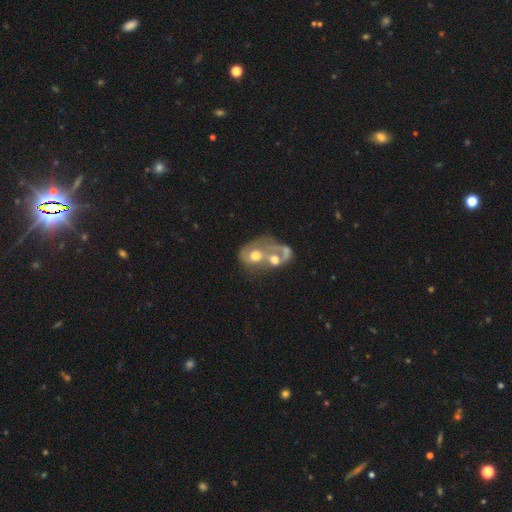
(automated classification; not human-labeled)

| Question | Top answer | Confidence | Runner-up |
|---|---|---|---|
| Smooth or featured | featured or disk | 56% | smooth (35%) |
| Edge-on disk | no | 97% | yes (3%) |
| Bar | no | 81% | weak (16%) |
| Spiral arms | no | 50% | tied: yes (50%) |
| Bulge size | moderate | 62% | large (21%) |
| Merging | merger | 77% | major disturbance (10%) |